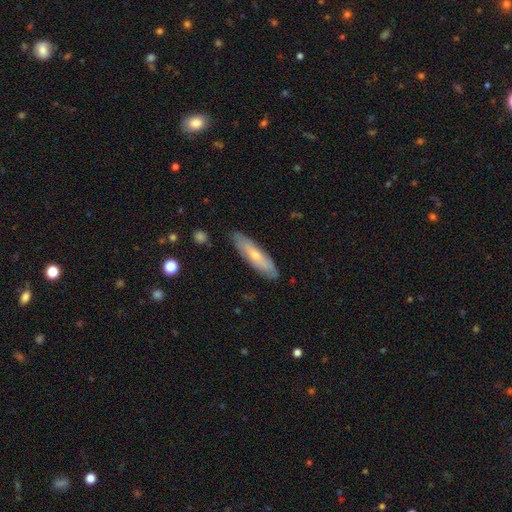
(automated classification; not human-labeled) Smooth or featured: smooth — 52% (featured or disk — 43%)
How rounded: cigar-shaped — 71% (in between — 28%)
Merging: none — 83% (minor disturbance — 13%)